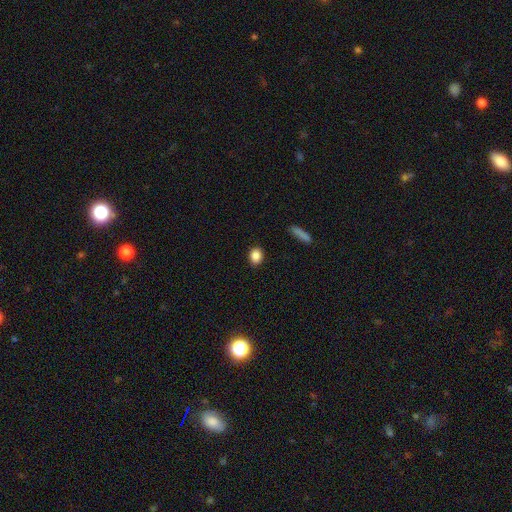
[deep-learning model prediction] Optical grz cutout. It shows a smooth galaxy with no disk features (86%) that is round (52%). Merging: none (89%).